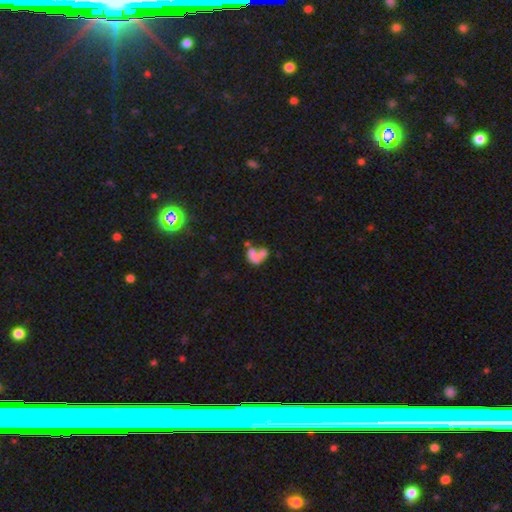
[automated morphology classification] The model was most divided on "smooth or featured": smooth: 57%, featured or disk: 30%, star or artifact: 13%. More confident: how rounded — in between (80%); merging — merger (57%).